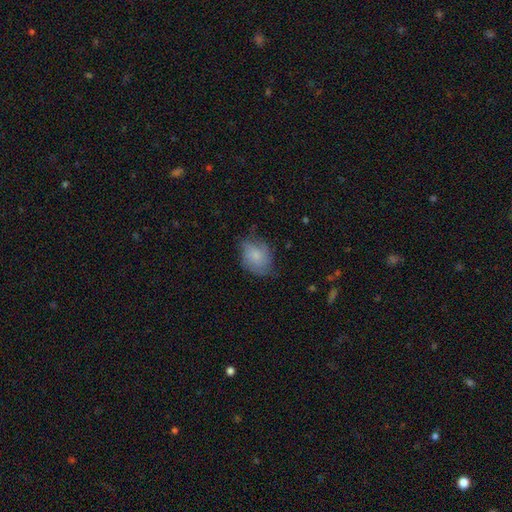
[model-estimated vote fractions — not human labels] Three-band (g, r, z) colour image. It shows a smooth galaxy with no disk features (69%) that is in between round and cigar-shaped (59%). Merging: none (56%).